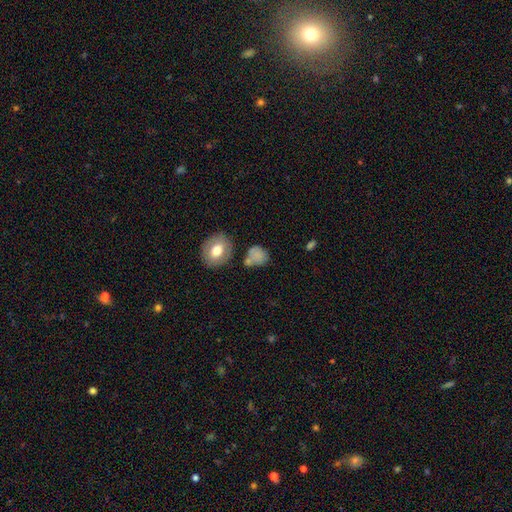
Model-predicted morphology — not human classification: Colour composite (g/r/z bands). It shows a smooth galaxy with no disk features (79%) that is round (64%). Merging: none (54%).